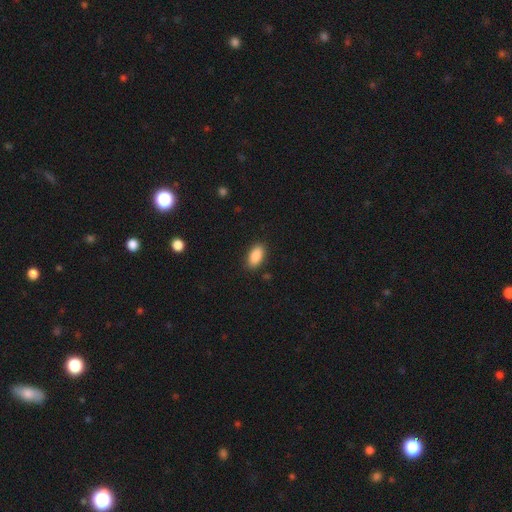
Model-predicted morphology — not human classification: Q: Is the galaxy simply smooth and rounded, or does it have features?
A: smooth — 89%.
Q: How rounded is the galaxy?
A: in between — 93%.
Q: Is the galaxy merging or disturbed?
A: none — 88%.